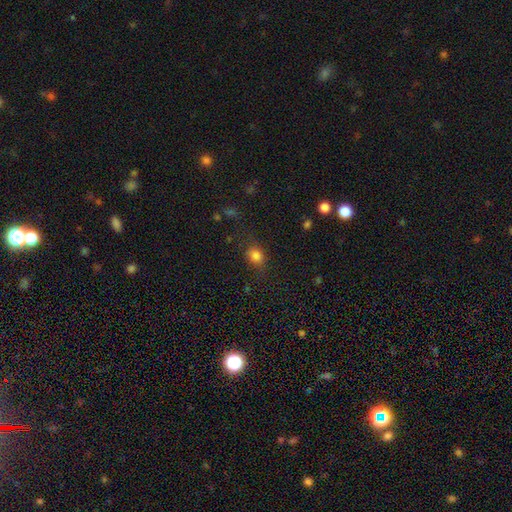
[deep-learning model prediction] This is clearly a smooth galaxy (82%). How rounded: possibly round (60%). Merging: likely none (76%).